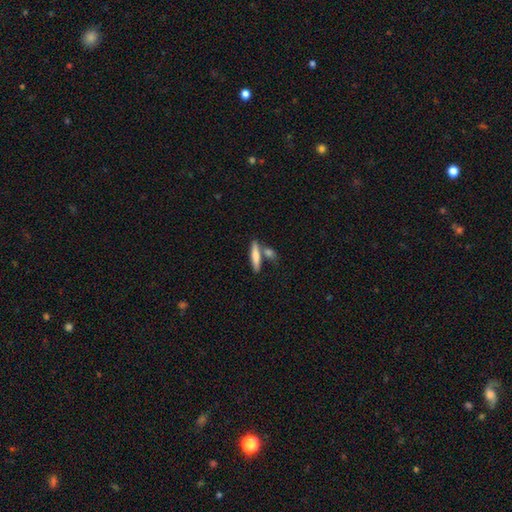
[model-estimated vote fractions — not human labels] Overall: smooth (74%). How rounded: cigar-shaped (79%). Merging: none (64%).